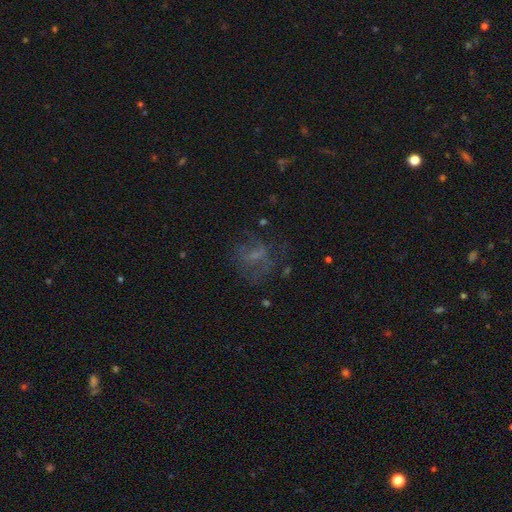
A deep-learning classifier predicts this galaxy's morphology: The model was most divided on "smooth or featured": featured or disk: 41%, smooth: 35%, star or artifact: 24%. More confident: merging — none (50%).